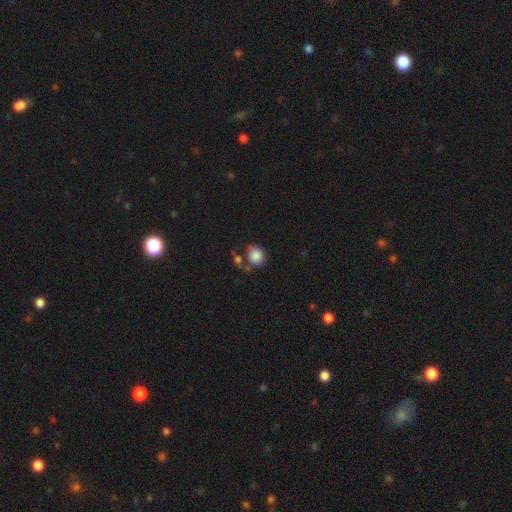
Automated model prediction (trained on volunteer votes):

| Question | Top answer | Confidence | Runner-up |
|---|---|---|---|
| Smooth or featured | smooth | 85% | star or artifact (8%) |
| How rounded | round | 69% | in between (30%) |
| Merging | none | 49% | merger (20%) |